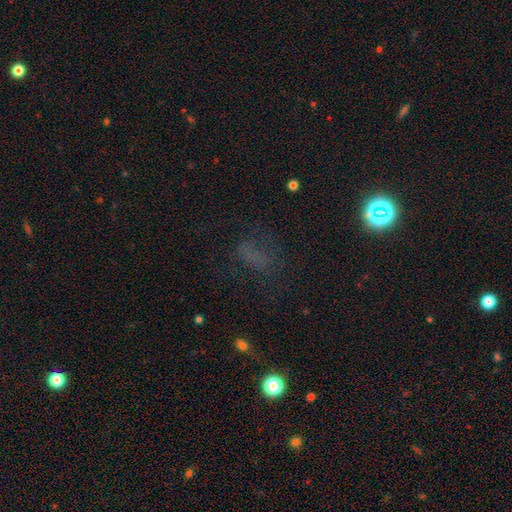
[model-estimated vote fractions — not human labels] The model was most divided on "smooth or featured": smooth: 46%, star or artifact: 35%, featured or disk: 18%. More confident: merging — none (59%).